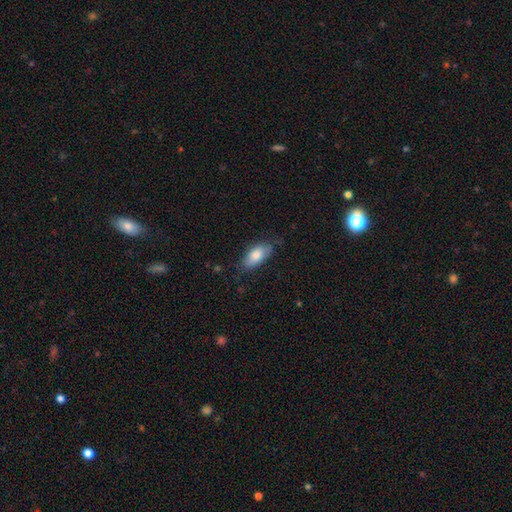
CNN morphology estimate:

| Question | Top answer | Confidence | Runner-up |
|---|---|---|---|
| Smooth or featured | smooth | 77% | featured or disk (16%) |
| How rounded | in between | 87% | cigar-shaped (10%) |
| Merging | none | 73% | minor disturbance (22%) |